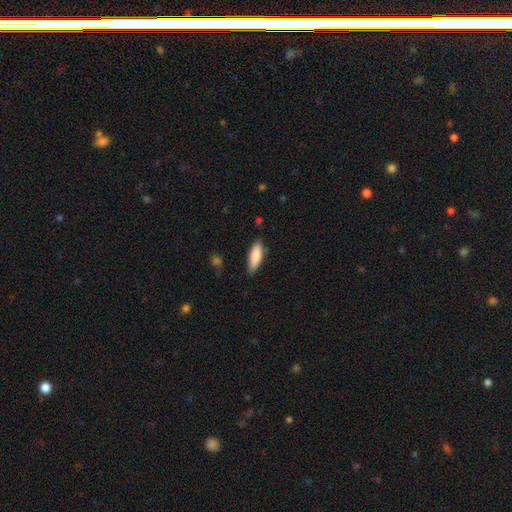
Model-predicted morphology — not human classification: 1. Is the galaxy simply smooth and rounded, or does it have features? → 84% smooth, 10% featured or disk, 6% star or artifact.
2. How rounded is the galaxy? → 61% in between, 37% cigar-shaped, 2% round.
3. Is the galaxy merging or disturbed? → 79% none, 16% minor disturbance, 3% major disturbance, 2% merger.